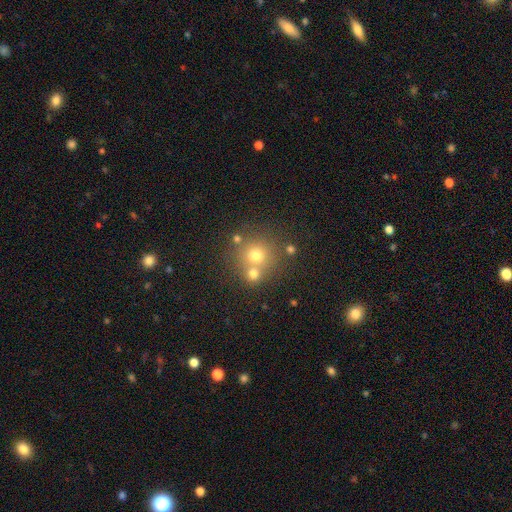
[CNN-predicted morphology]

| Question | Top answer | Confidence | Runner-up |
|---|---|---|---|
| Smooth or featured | smooth | 69% | star or artifact (17%) |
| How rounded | round | 91% | in between (8%) |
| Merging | none | 60% | merger (29%) |